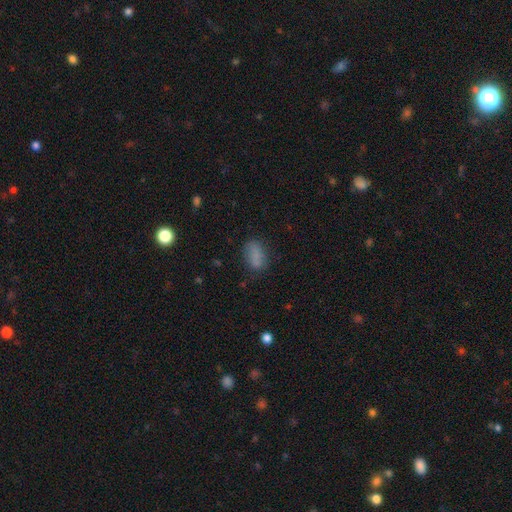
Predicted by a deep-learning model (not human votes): Q: Smooth or featured?
A: smooth (81%); runner-up: star or artifact (11%)
Q: How rounded?
A: in between (85%); runner-up: round (7%)
Q: Merging?
A: none (71%); runner-up: minor disturbance (20%)